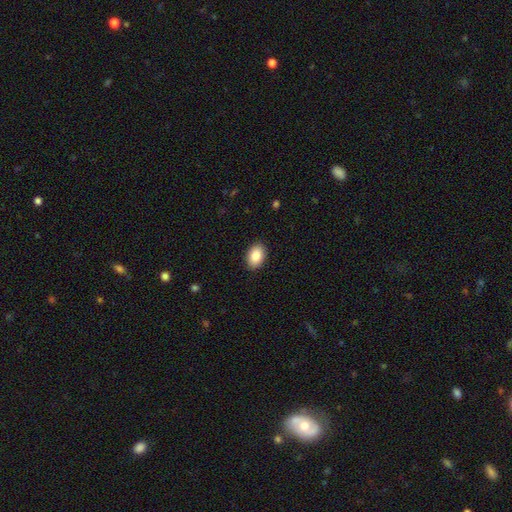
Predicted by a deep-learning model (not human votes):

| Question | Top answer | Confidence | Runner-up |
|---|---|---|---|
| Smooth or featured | smooth | 86% | star or artifact (7%) |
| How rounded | in between | 85% | round (13%) |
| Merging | none | 90% | minor disturbance (7%) |